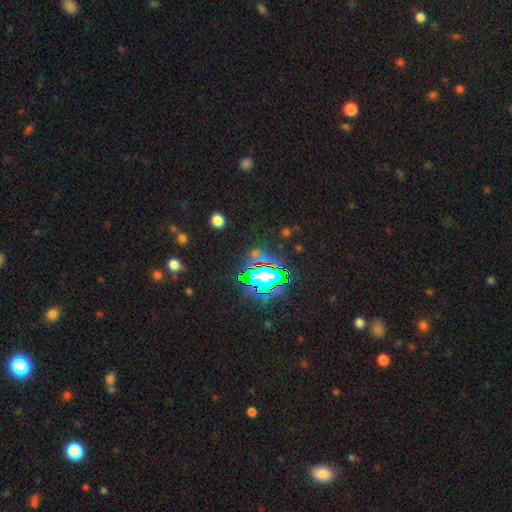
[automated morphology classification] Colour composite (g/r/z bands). It shows a star or artifact, not a galaxy (73%).